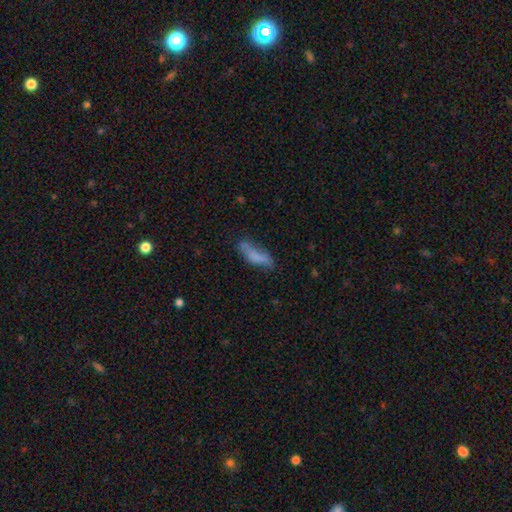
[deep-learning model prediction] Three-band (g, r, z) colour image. It shows a smooth galaxy with no disk features (69%) that is in between round and cigar-shaped (49%, tied with cigar-shaped). Merging: none (53%).